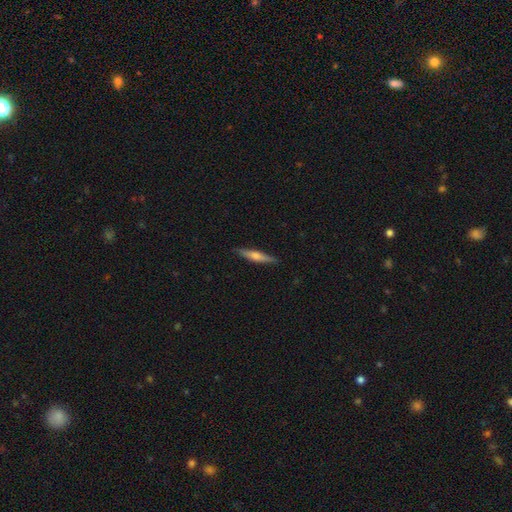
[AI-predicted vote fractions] This appears to be a featured or disk galaxy (51%) viewed edge-on (96%). Merging: none (89%).